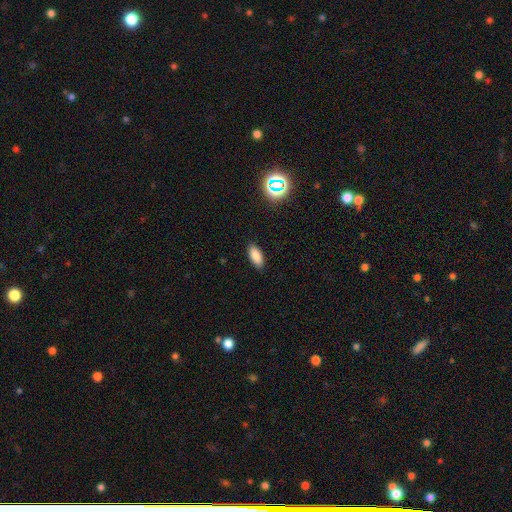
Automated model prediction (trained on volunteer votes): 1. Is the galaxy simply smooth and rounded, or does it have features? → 86% smooth, 9% star or artifact, 5% featured or disk.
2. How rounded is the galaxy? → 87% in between, 11% cigar-shaped, 2% round.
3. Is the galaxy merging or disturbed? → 87% none, 9% minor disturbance, 2% major disturbance, 1% merger.